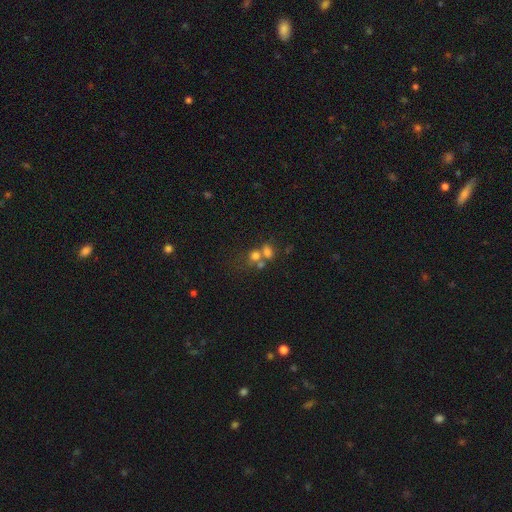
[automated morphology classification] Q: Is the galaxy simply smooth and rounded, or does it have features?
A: smooth — 65%.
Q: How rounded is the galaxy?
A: round — 66%.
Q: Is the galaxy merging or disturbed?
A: merger — 52%.